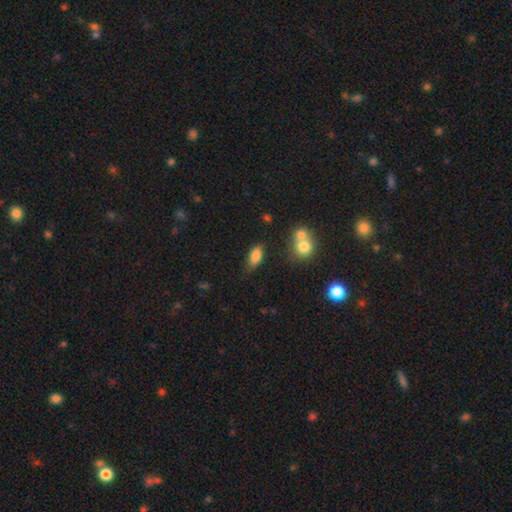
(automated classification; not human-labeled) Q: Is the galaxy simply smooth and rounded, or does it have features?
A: smooth — 82%.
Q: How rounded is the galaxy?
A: in between — 87%.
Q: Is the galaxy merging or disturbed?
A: none — 60%.